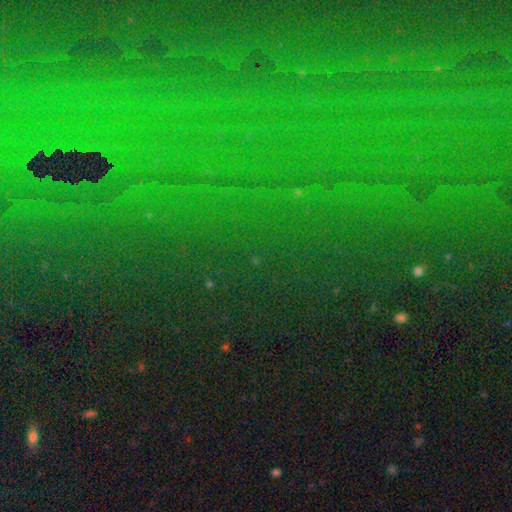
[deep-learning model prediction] Smooth or featured?
  - star or artifact: 80% *
  - smooth: 11%
  - featured or disk: 9%